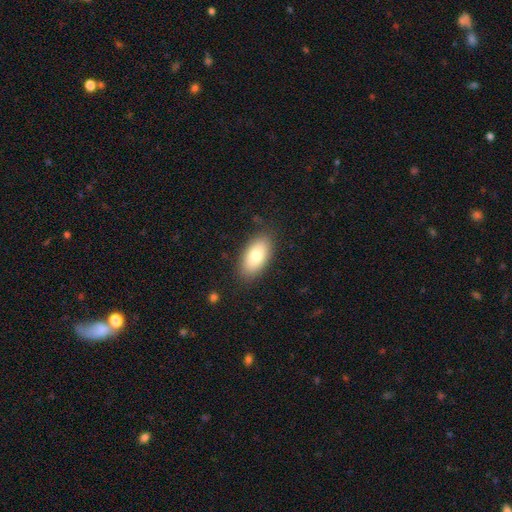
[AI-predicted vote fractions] The model was most divided on "smooth or featured": smooth: 77%, featured or disk: 16%, star or artifact: 7%. More confident: how rounded — in between (92%); merging — none (84%).